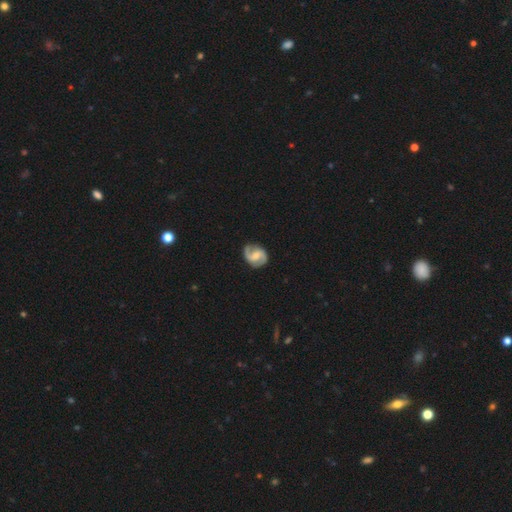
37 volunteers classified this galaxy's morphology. Q: Smooth or featured?
A: featured or disk (86%); runner-up: smooth (11%)
Q: Edge-on disk?
A: no (100%)
Q: Bar?
A: weak (62%); runner-up: strong (22%)
Q: Spiral arms?
A: yes (97%); runner-up: no (3%)
Q: Spiral winding?
A: medium (65%); runner-up: loose (26%)
Q: Spiral arm count?
A: 2 (97%); runner-up: 1 (3%)
Q: Bulge size?
A: moderate (44%); runner-up: small (41%)
Q: Merging?
A: none (81%); runner-up: minor disturbance (17%)